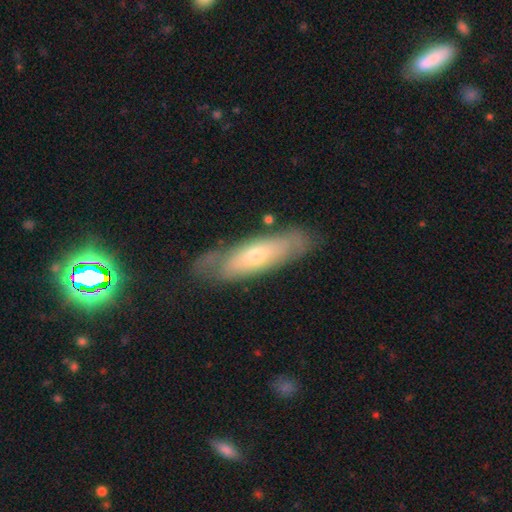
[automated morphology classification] smooth_or_featured: featured or disk (p=0.48) [alt: smooth p=0.45]
merging: none (p=0.71) [alt: minor disturbance p=0.20]